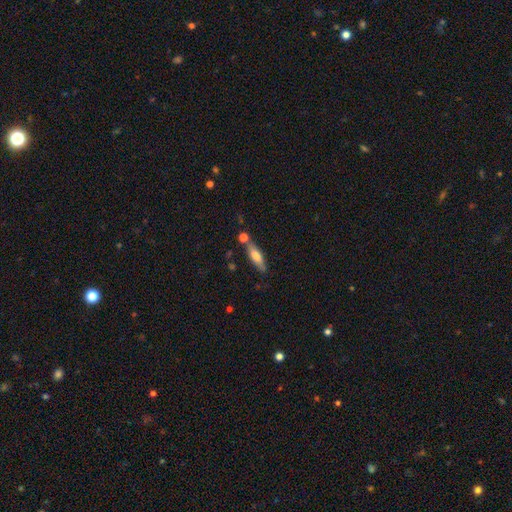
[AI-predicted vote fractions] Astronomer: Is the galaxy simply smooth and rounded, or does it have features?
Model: smooth — 63%.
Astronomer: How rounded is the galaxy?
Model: cigar-shaped — 67%.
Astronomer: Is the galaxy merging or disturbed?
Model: none — 65%.